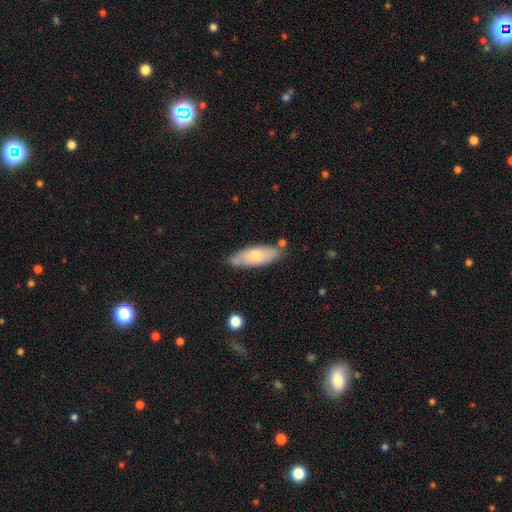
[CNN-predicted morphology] This is likely a smooth galaxy (68%). How rounded: likely in between (65%). Merging: likely none (69%).